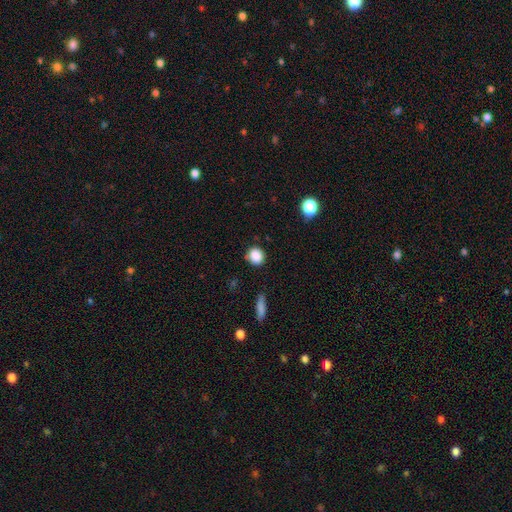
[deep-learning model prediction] Morphology: type=smooth (87%); roundness=round (82%); merging=none (84%).